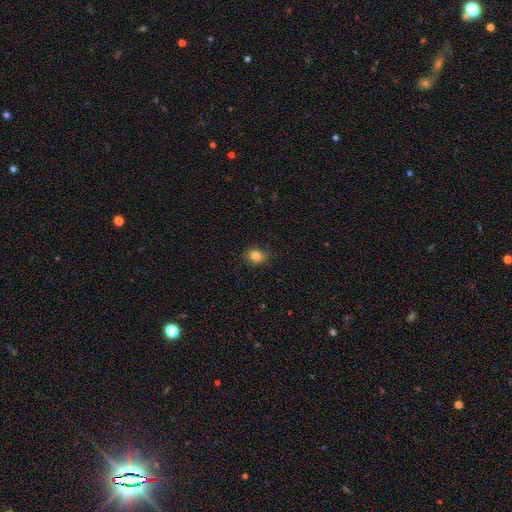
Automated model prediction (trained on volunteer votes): Smooth or featured: smooth — 84% (star or artifact — 11%)
How rounded: round — 58% (in between — 41%)
Merging: none — 79% (minor disturbance — 16%)